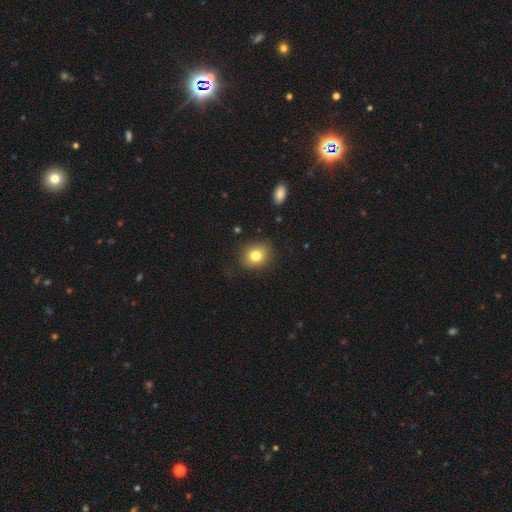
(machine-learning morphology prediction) A smooth galaxy with no disk features (81%) that is round (64%). Merging: none (83%).